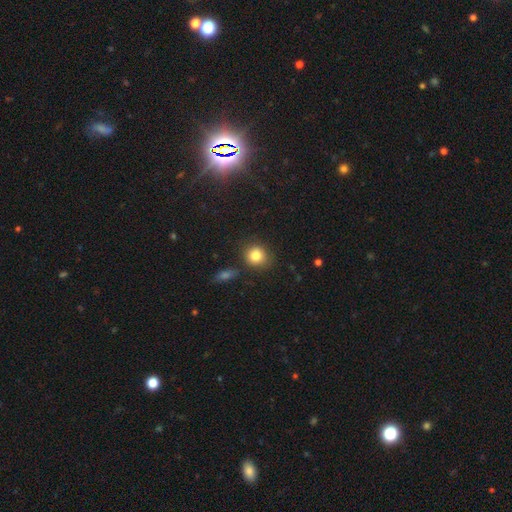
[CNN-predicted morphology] Overall: smooth (82%). How rounded: round (80%). Merging: none (79%).